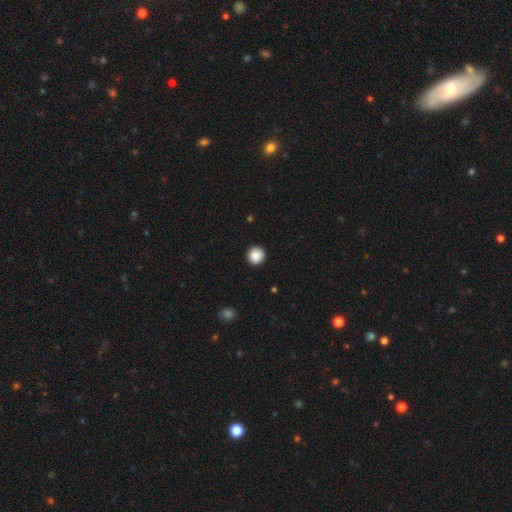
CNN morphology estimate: Smooth or featured?
  - smooth: 89% *
  - star or artifact: 9%
  - featured or disk: 3%
How rounded?
  - round: 95% *
  - in between: 4%
  - cigar-shaped: 1%
Merging?
  - none: 93% *
  - minor disturbance: 5%
  - major disturbance: 2%
  - merger: 1%